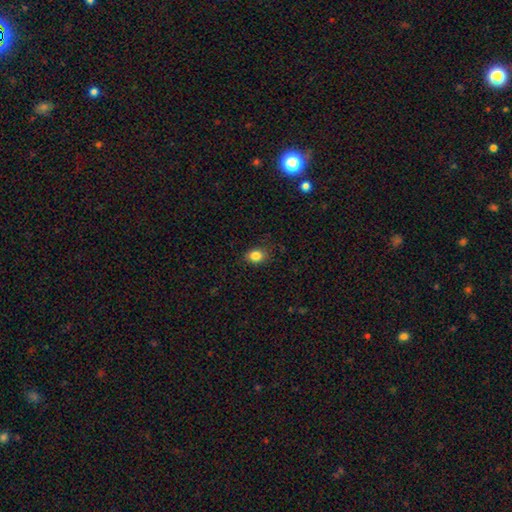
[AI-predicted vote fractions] This appears to be a smooth galaxy with no disk features (84%) that is round (52%). Merging: none (83%).